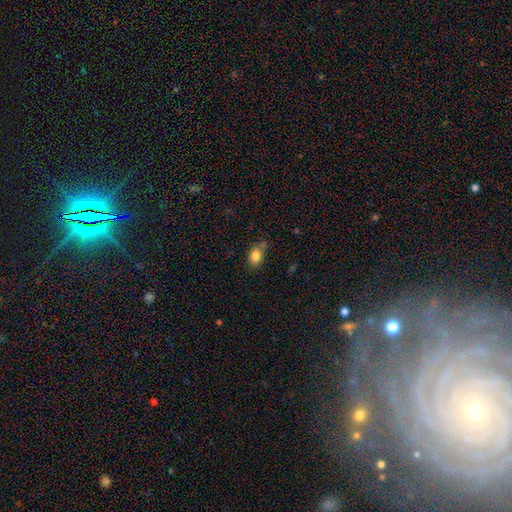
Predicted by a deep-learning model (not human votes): This appears to be a smooth galaxy with no disk features (83%) that is in between round and cigar-shaped (70%). Merging: none (60%).